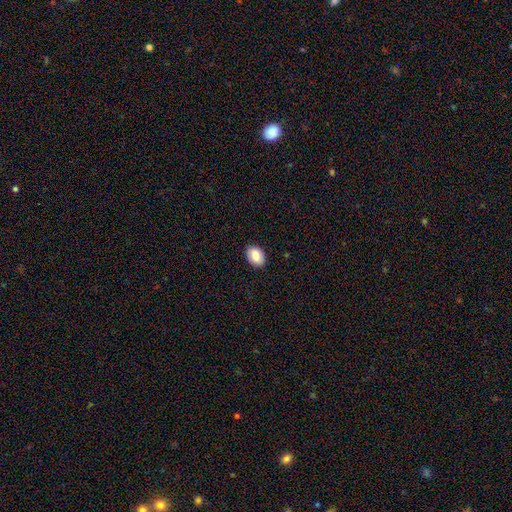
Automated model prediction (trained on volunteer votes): smooth 86%, star or artifact 7%, featured or disk 7%. Down the decision tree: how rounded — in between (77%); merging — none (90%).